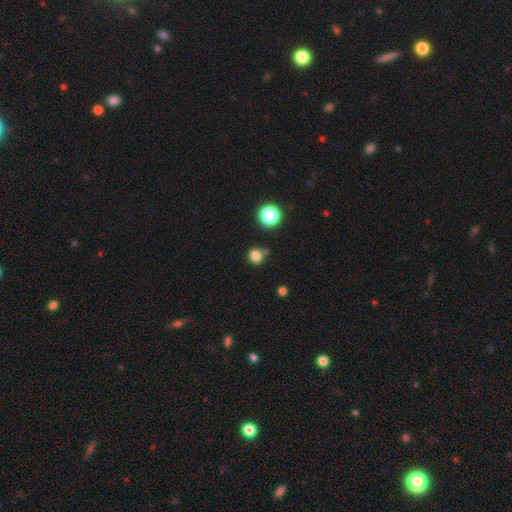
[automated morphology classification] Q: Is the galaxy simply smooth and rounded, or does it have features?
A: smooth — 81%.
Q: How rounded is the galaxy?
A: round — 77%.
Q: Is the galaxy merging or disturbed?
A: none — 74%.